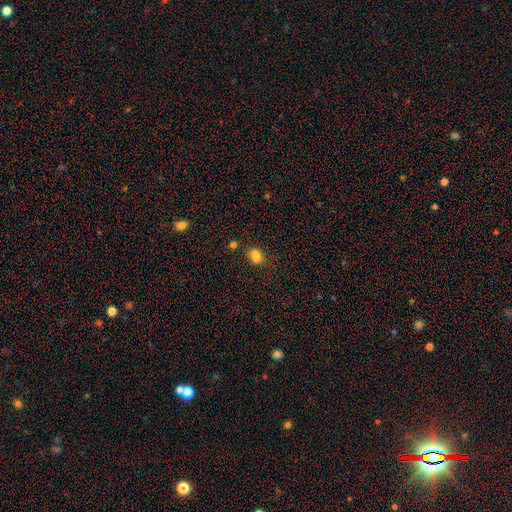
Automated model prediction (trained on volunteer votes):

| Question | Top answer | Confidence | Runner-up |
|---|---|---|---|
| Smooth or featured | smooth | 74% | star or artifact (16%) |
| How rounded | in between | 59% | round (38%) |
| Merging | none | 44% | merger (36%) |